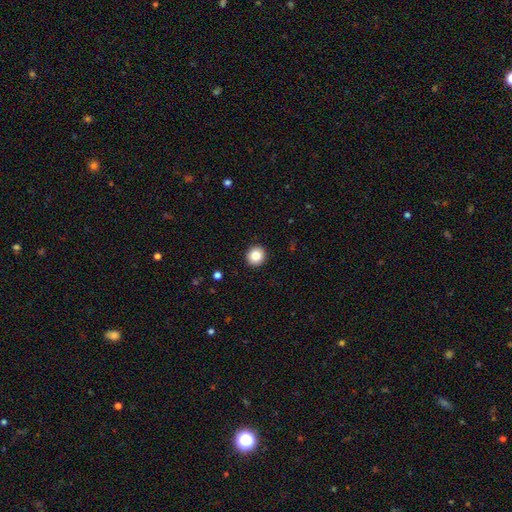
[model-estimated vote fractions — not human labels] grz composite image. It shows a smooth galaxy with no disk features (84%) that is round (93%). Merging: none (93%).